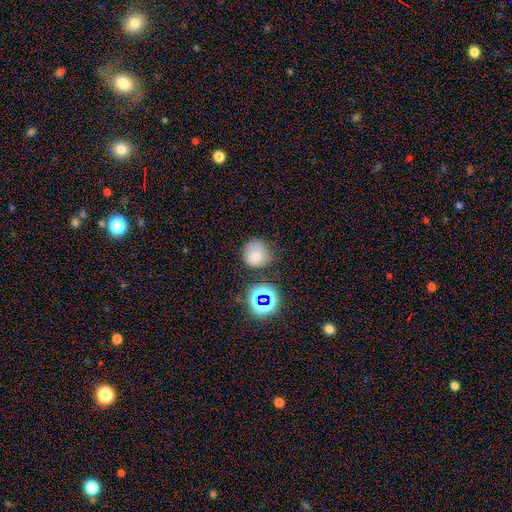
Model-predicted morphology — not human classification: A smooth galaxy with no disk features (71%) that is round (88%).

Vote fractions:
- Smooth or featured? smooth: 71% / star or artifact: 18% / featured or disk: 11%
- How rounded? round: 88% / in between: 12% / cigar-shaped: 1%
- Merging? none: 70% / minor disturbance: 19% / merger: 6% / major disturbance: 6%